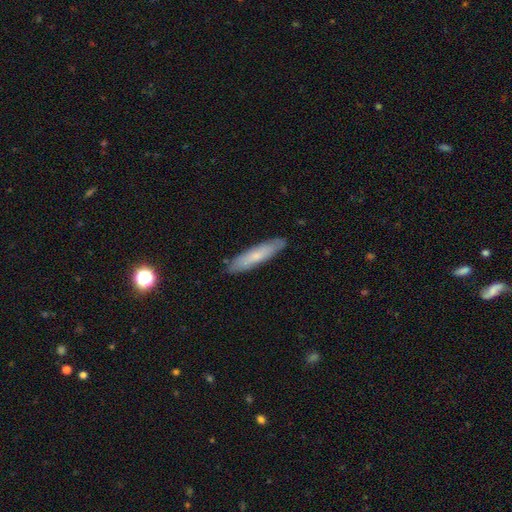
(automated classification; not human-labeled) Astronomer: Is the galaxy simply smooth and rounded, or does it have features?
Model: smooth — 64%.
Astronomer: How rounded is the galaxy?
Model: cigar-shaped — 84%.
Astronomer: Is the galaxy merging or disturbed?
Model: none — 87%.